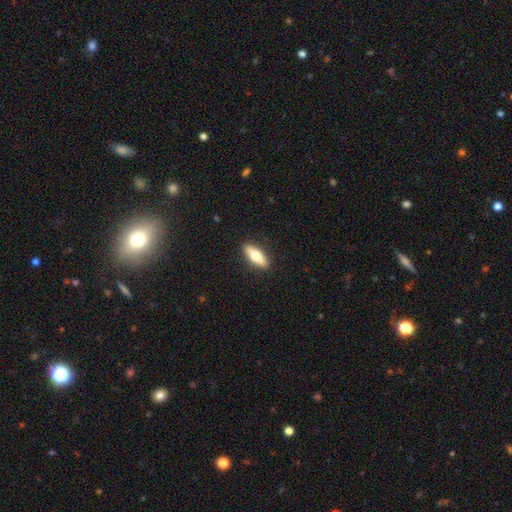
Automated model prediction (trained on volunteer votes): A smooth galaxy with no disk features (61%) that is in between round and cigar-shaped (53%). Merging: none (90%).